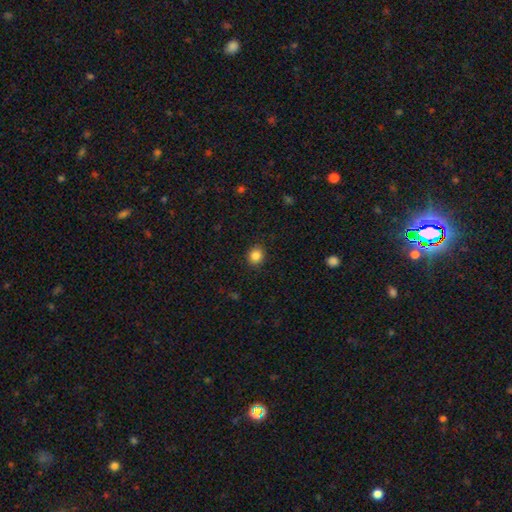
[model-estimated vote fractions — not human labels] Q: Smooth or featured?
A: smooth (86%); runner-up: star or artifact (11%)
Q: How rounded?
A: round (78%); runner-up: in between (21%)
Q: Merging?
A: none (90%); runner-up: minor disturbance (7%)